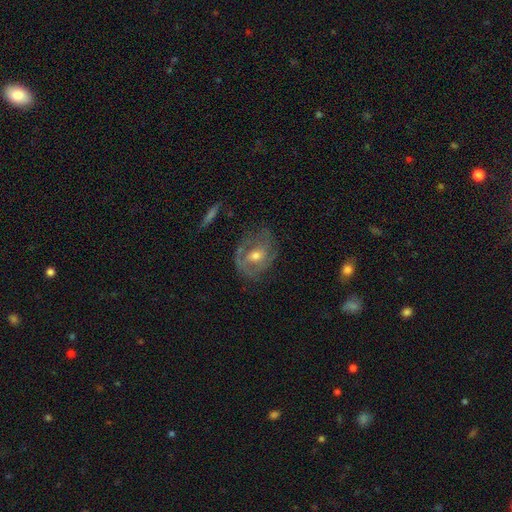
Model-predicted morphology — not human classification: A featured or disk galaxy (72%) with no bar (51%), 2 (38%) tight (49%) spiral arms (76%) and a moderate central bulge (64%).

Vote fractions:
- Smooth or featured? featured or disk: 72% / smooth: 18% / star or artifact: 10%
- Edge-on disk? no: 95% / yes: 5%
- Bar? no: 51% / weak: 37% / strong: 11%
- Spiral arms? yes: 76% / no: 24%
- Spiral winding? tight: 49% / medium: 37% / loose: 14%
- Spiral arm count? 2: 38% / can't tell: 36% / 1: 11% / 3: 10% / 4: 3% / more than 4: 3%
- Bulge size? moderate: 64% / small: 30% / large: 3% / none: 1% / dominant: 1%
- Merging? none: 64% / minor disturbance: 21% / major disturbance: 13% / merger: 2%